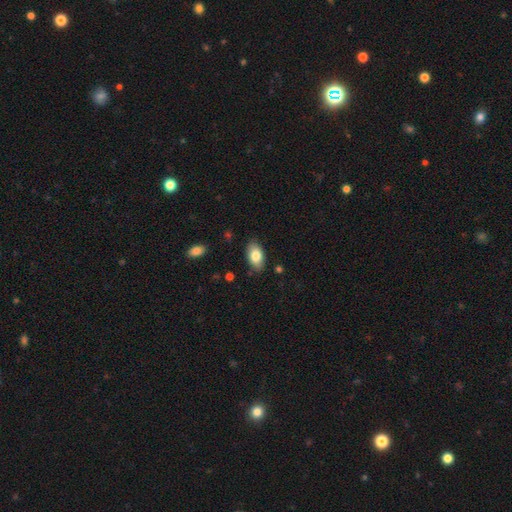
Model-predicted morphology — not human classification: The model was most divided on "smooth or featured": smooth: 81%, featured or disk: 12%, star or artifact: 7%. More confident: how rounded — in between (93%); merging — none (85%).